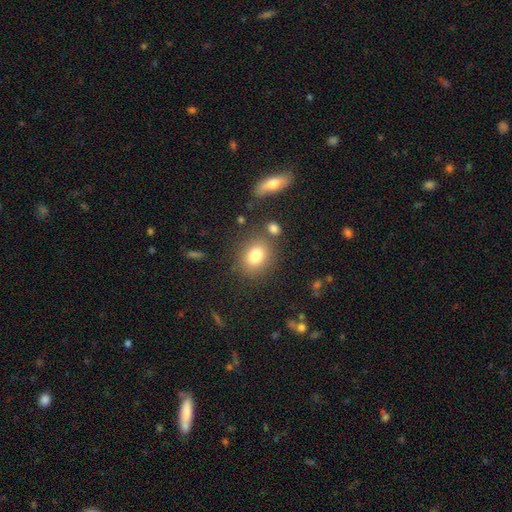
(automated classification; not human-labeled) Smooth or featured?
  - smooth: 81% *
  - star or artifact: 10%
  - featured or disk: 9%
How rounded?
  - round: 54% *
  - in between: 45%
  - cigar-shaped: 1%
Merging?
  - none: 77% *
  - minor disturbance: 11%
  - merger: 8%
  - major disturbance: 4%